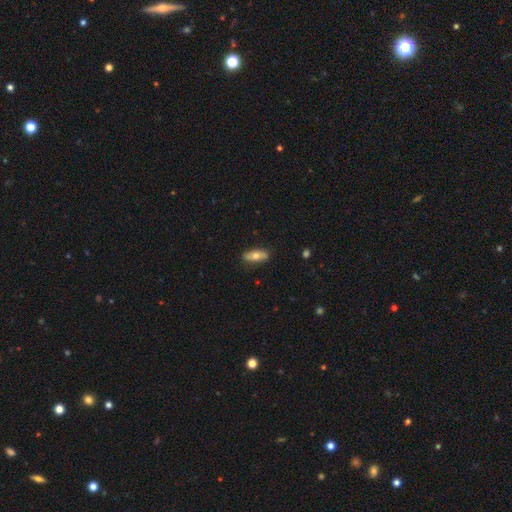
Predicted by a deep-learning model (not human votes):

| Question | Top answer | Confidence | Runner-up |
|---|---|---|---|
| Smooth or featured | smooth | 64% | featured or disk (29%) |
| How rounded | in between | 68% | cigar-shaped (28%) |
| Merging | none | 86% | minor disturbance (11%) |